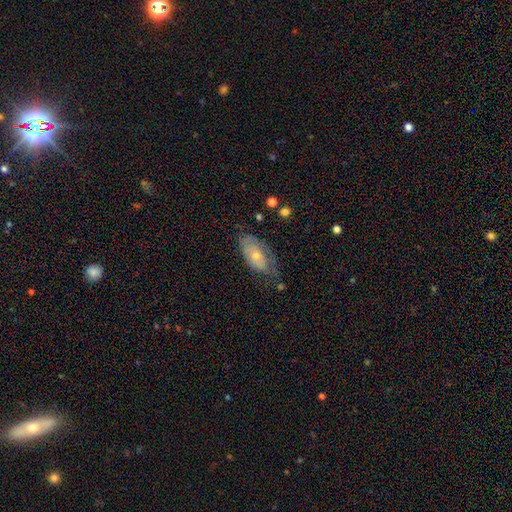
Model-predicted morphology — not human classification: Overall: featured or disk (55%; smooth 37%). Edge-on disk: no (90%). Merging: none (53%; minor disturbance 30%).